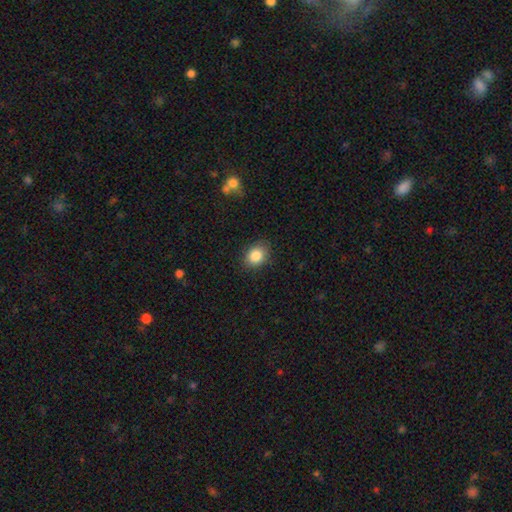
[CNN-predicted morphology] smooth-or-featured: smooth: 85% | star or artifact: 9% | featured or disk: 6%
  how-rounded: in between: 54% | round: 45% | cigar-shaped: 1%
  merging: none: 85% | minor disturbance: 11% | major disturbance: 3% | merger: 1%